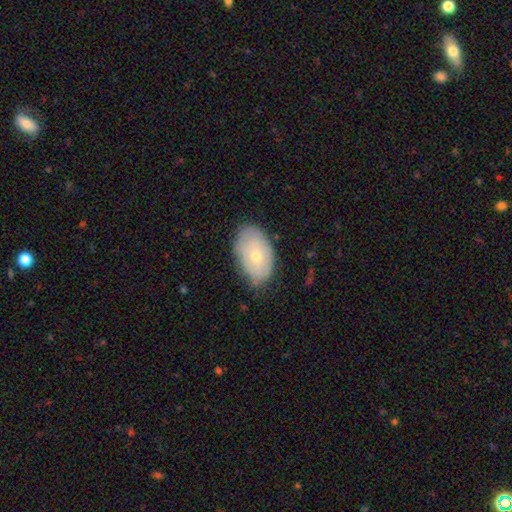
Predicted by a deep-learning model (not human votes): A smooth galaxy with no disk features (51%) that is in between round and cigar-shaped (88%). Merging: none (74%).